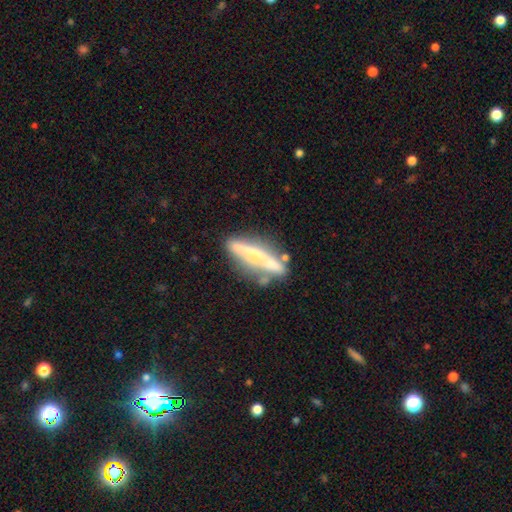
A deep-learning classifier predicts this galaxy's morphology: This is likely a featured or disk galaxy (63%). It is clearly viewed edge-on (90%). Edge-on bulge: possibly rounded (59%). Merging: likely none (71%).